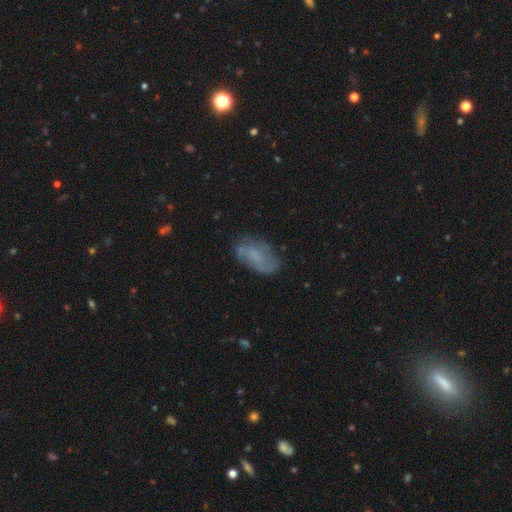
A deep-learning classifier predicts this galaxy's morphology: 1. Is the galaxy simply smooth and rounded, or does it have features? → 47% smooth, 43% featured or disk, 10% star or artifact.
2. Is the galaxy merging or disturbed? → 62% none, 25% minor disturbance, 10% major disturbance, 2% merger.